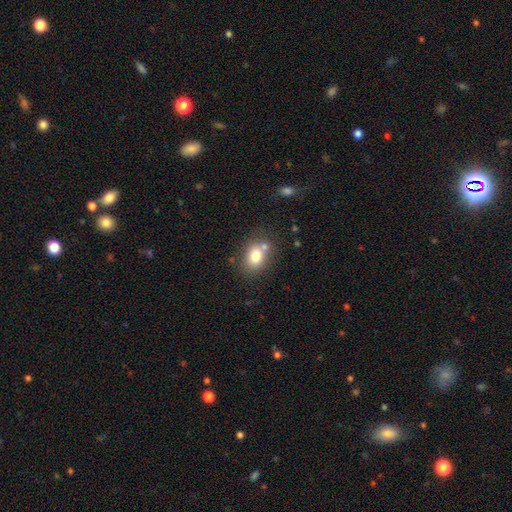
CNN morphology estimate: This is likely a smooth galaxy (77%). How rounded: likely in between (63%). Merging: likely none (61%).